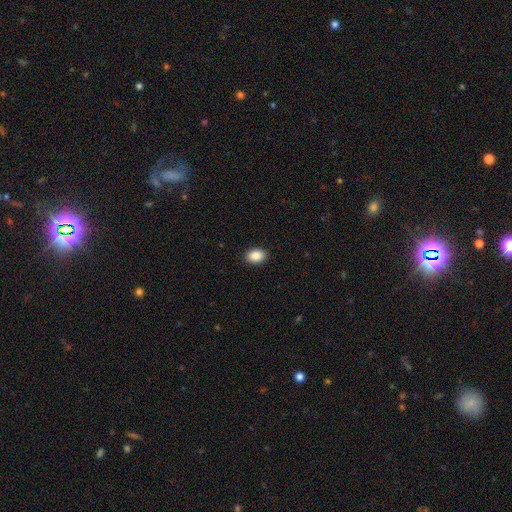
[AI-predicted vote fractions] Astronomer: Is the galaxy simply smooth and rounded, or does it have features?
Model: smooth — 89%.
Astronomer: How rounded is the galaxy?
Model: in between — 81%.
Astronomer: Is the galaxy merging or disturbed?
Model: none — 90%.